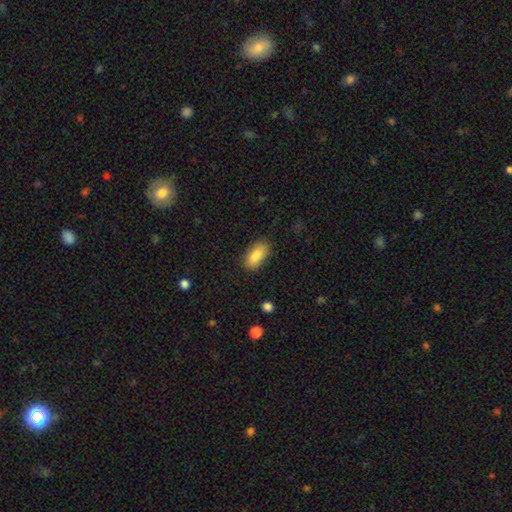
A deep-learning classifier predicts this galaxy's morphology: A smooth galaxy with no disk features (85%) that is in between round and cigar-shaped (89%).

Vote fractions:
- Smooth or featured? smooth: 85% / star or artifact: 7% / featured or disk: 7%
- How rounded? in between: 89% / cigar-shaped: 8% / round: 3%
- Merging? none: 78% / minor disturbance: 15% / major disturbance: 4% / merger: 3%